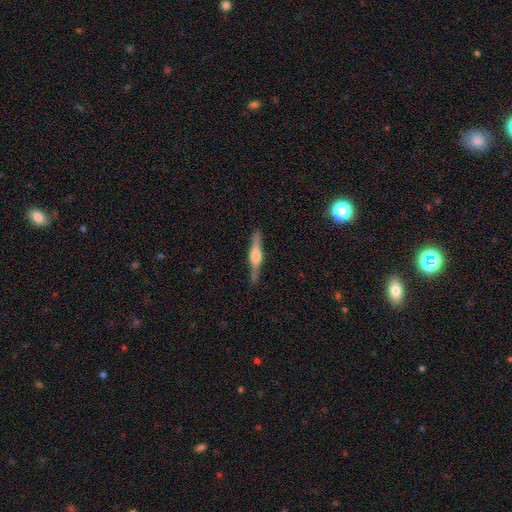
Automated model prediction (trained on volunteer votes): The model was most divided on "edge-on bulge": rounded: 72%, boxy: 24%, none: 4%. More confident: edge-on disk — yes (97%); merging — none (87%); smooth or featured — featured or disk (72%).